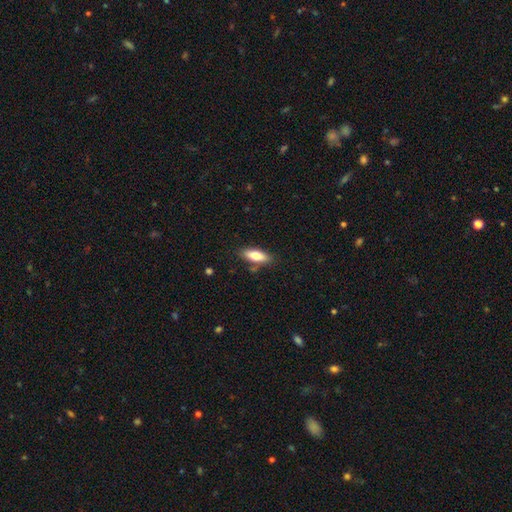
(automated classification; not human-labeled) This is likely a smooth galaxy (75%). How rounded: likely in between (69%). Merging: likely none (79%).